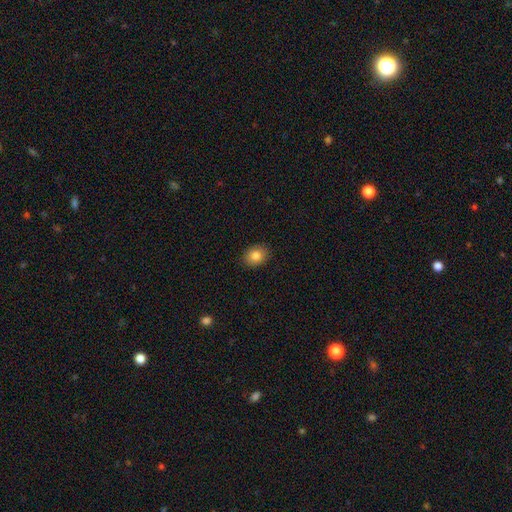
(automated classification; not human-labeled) Smooth or featured: smooth — 83% (star or artifact — 9%)
How rounded: in between — 54% (round — 45%)
Merging: none — 89% (minor disturbance — 8%)